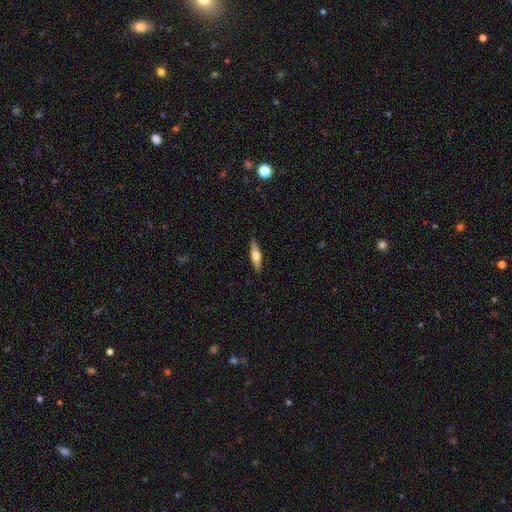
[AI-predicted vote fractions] A smooth galaxy with no disk features (51%) that is cigar-shaped (63%). Merging: none (87%).